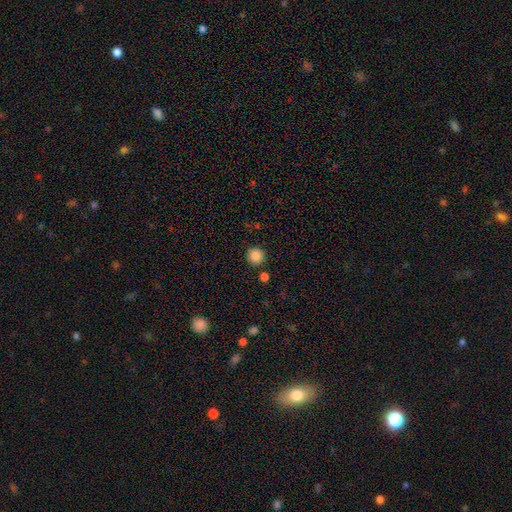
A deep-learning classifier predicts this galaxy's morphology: smooth 86%, star or artifact 10%, featured or disk 4%. Down the decision tree: how rounded — round (95%); merging — none (89%).